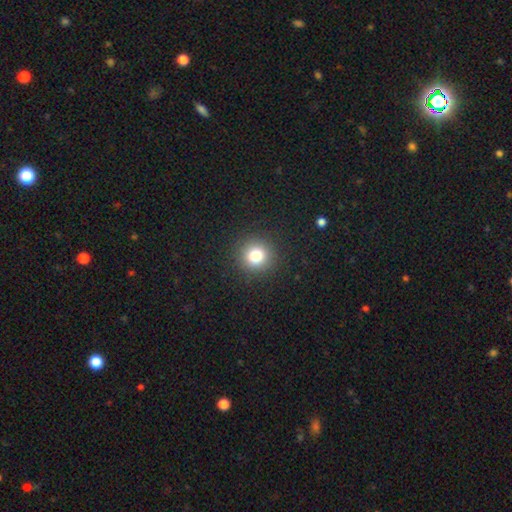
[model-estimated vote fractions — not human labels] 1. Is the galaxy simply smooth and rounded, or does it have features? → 79% smooth, 14% star or artifact, 7% featured or disk.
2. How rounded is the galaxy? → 94% round, 5% in between, 1% cigar-shaped.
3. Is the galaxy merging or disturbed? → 91% none, 6% minor disturbance, 2% major disturbance, 1% merger.